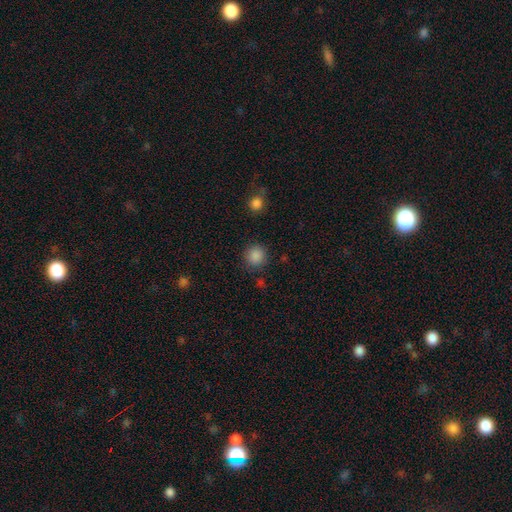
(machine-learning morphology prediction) The model was most divided on "smooth or featured": smooth: 87%, star or artifact: 10%, featured or disk: 3%. More confident: how rounded — round (92%); merging — none (87%).